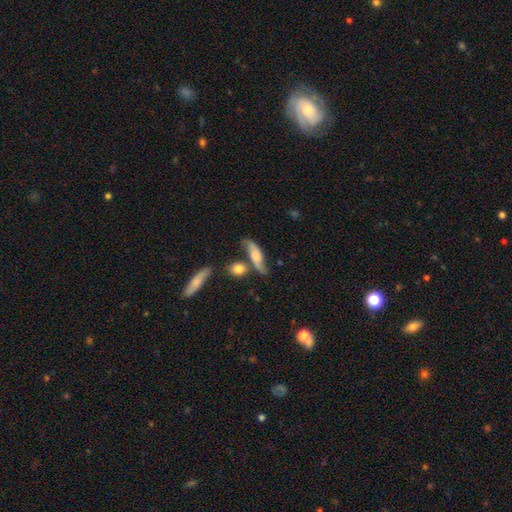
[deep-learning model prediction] Morphology: type=featured or disk (56%); edge-on=no (65%); merging=none (51%).